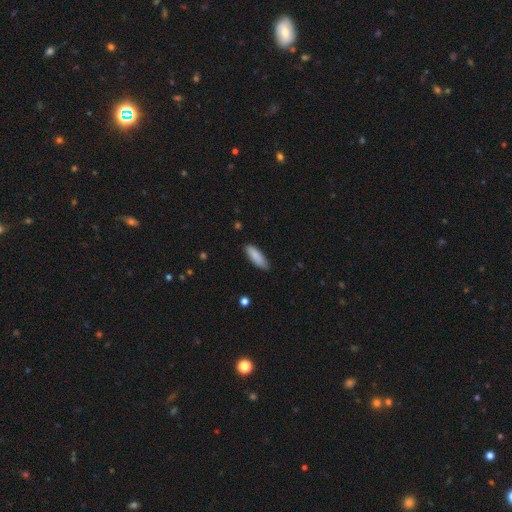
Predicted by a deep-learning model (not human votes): Overall: smooth (87%). How rounded: in between (55%; cigar-shaped 43%). Merging: none (84%).